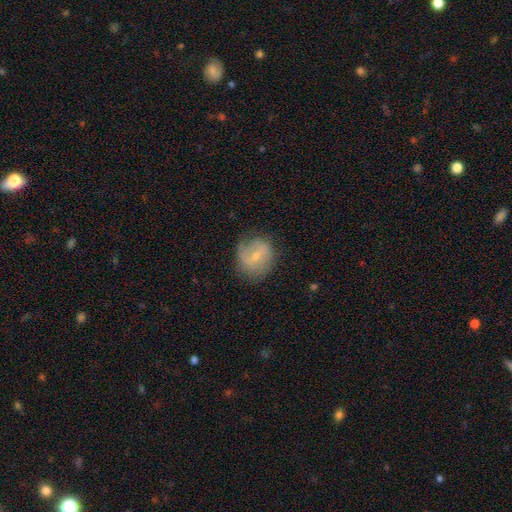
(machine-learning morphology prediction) smooth-or-featured: smooth: 48% | featured or disk: 43% | star or artifact: 8%
  merging: none: 68% | minor disturbance: 22% | major disturbance: 9% | merger: 1%